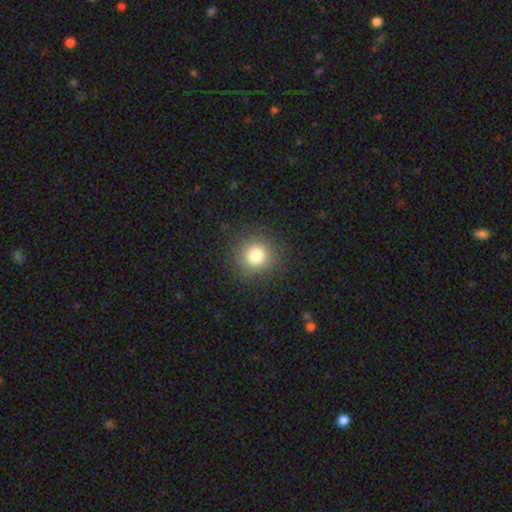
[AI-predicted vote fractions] This is likely a smooth galaxy (79%). How rounded: clearly round (93%). Merging: clearly none (90%).